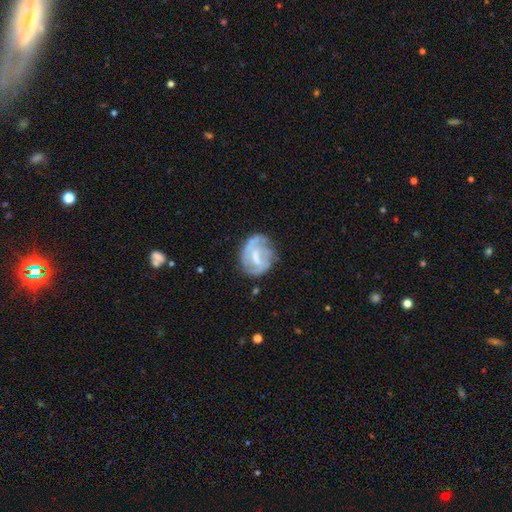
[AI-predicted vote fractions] smooth_or_featured: featured or disk (p=0.67) [alt: smooth p=0.26]
disk_edge_on: no (p=0.97) [alt: yes p=0.03]
bar: weak (p=0.52) [alt: no p=0.24]
has_spiral_arms: yes (p=0.71) [alt: no p=0.29]
bulge_size: moderate (p=0.36) [alt: small p=0.30]
merging: none (p=0.56) [alt: minor disturbance p=0.26]